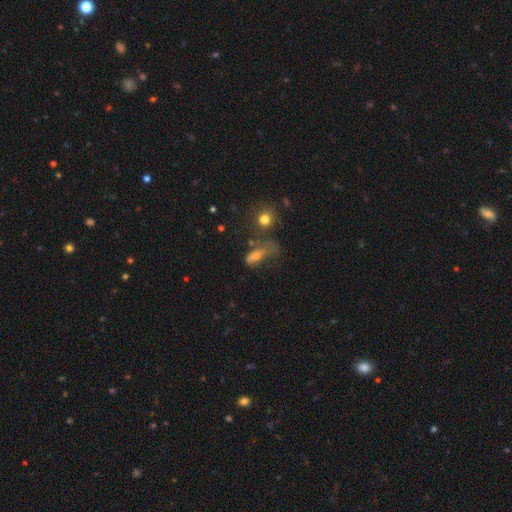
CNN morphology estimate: type=smooth (56%); roundness=in between (66%); merging=major disturbance (40%).